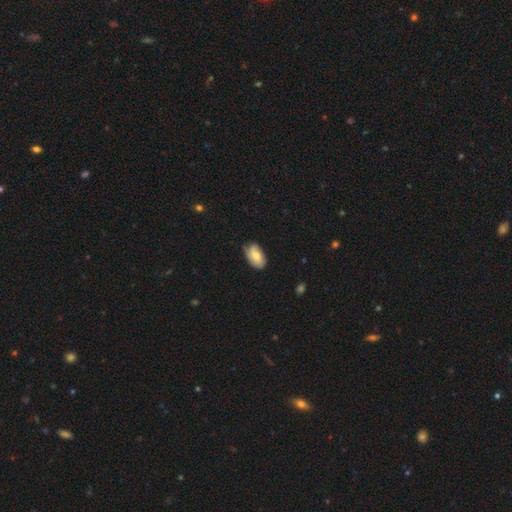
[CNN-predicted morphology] Smooth or featured? Predicted: smooth (p=0.58). How rounded? Predicted: in between (p=0.92). Merging? Predicted: none (p=0.67).